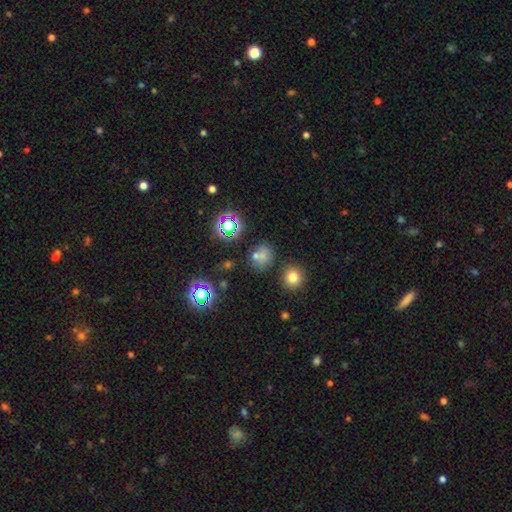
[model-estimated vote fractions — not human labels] Q: Smooth or featured?
A: star or artifact (48%); runner-up: smooth (42%)